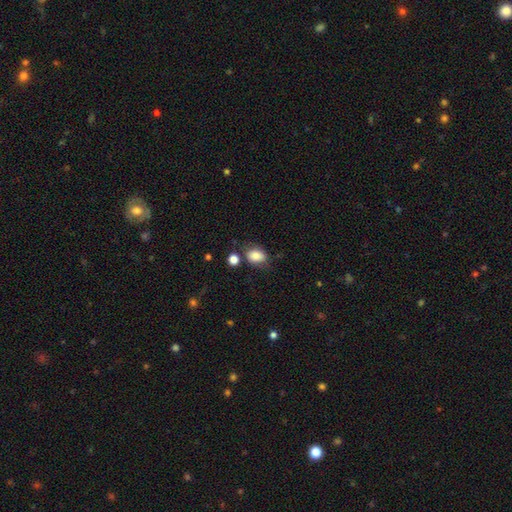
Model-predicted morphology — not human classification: type=smooth (83%); roundness=in between (69%); merging=none (67%).